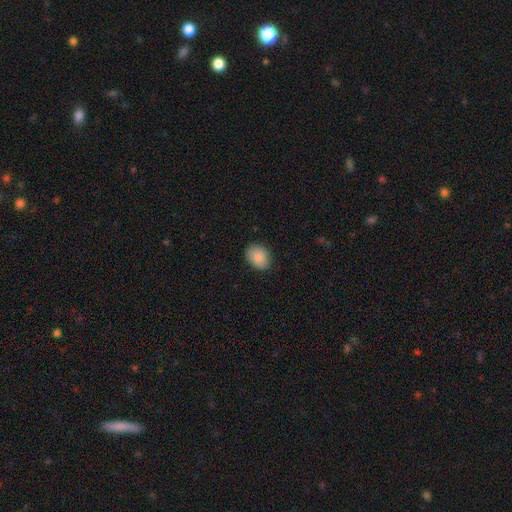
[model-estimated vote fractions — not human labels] Overall: smooth (88%). How rounded: in between (61%; round 38%). Merging: none (87%).